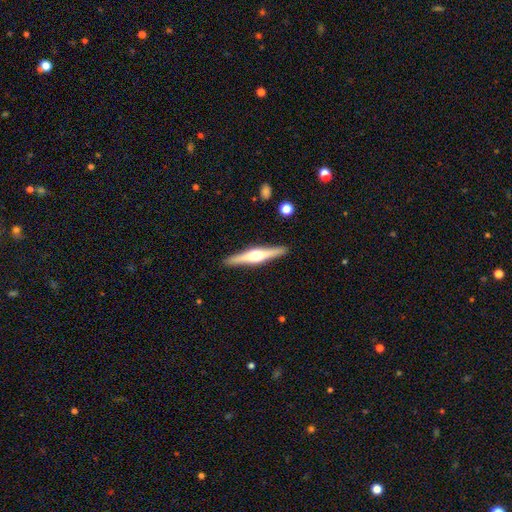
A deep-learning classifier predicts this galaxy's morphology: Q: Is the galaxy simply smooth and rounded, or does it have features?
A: featured or disk — 73%.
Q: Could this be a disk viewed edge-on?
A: yes — 98%.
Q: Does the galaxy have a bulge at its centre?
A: rounded — 93%.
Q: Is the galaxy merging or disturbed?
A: none — 91%.